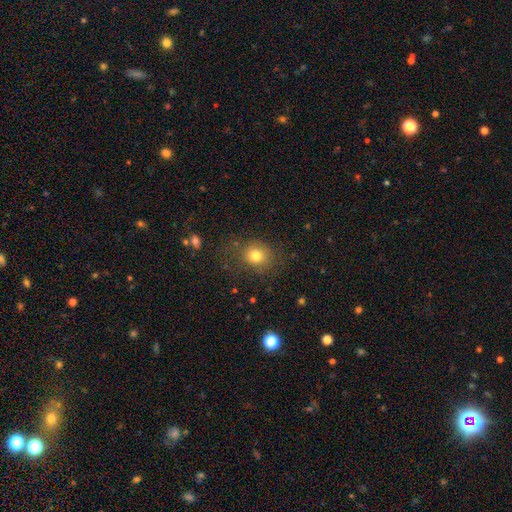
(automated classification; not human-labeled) smooth-or-featured: smooth: 78% | star or artifact: 13% | featured or disk: 9%
  how-rounded: round: 73% | in between: 26% | cigar-shaped: 1%
  merging: none: 75% | minor disturbance: 15% | major disturbance: 8% | merger: 2%